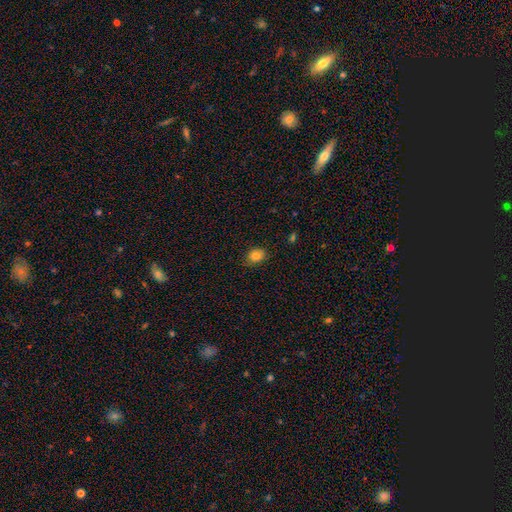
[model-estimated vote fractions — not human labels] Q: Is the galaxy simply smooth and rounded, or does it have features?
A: smooth — 83%.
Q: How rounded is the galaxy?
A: round — 50%.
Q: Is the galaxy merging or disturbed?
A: none — 79%.